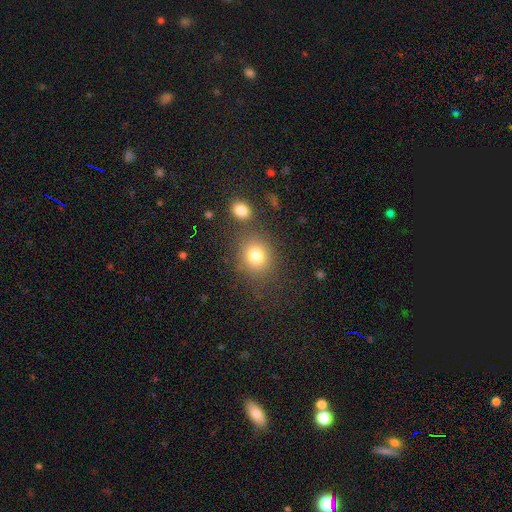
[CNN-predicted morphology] Overall: smooth (79%). How rounded: round (70%). Merging: none (73%).